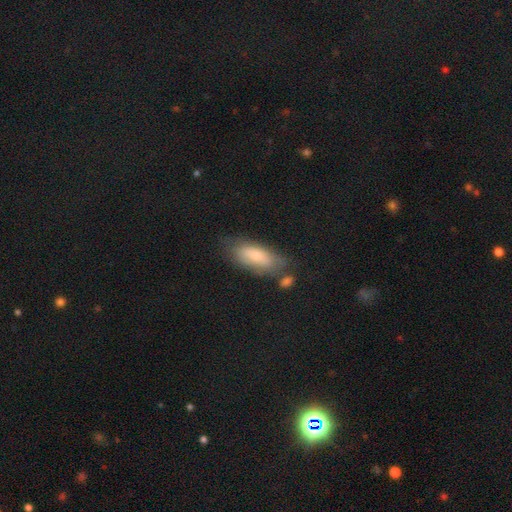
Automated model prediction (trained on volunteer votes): Morphology: type=smooth (76%); roundness=in between (78%); merging=none (57%).